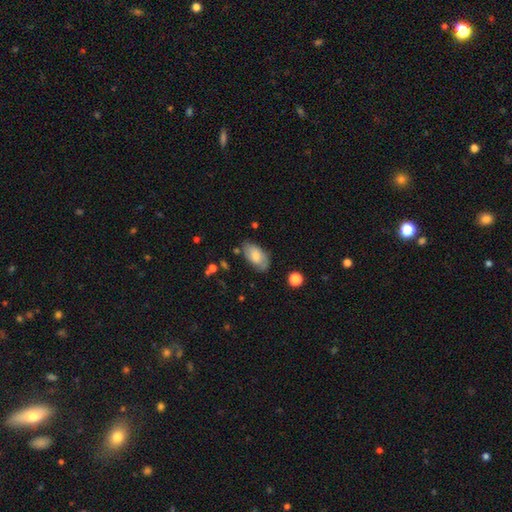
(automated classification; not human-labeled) Smooth or featured?
  - smooth: 68% *
  - featured or disk: 25%
  - star or artifact: 7%
How rounded?
  - in between: 94% *
  - round: 4%
  - cigar-shaped: 2%
Merging?
  - none: 70% *
  - minor disturbance: 22%
  - major disturbance: 5%
  - merger: 3%